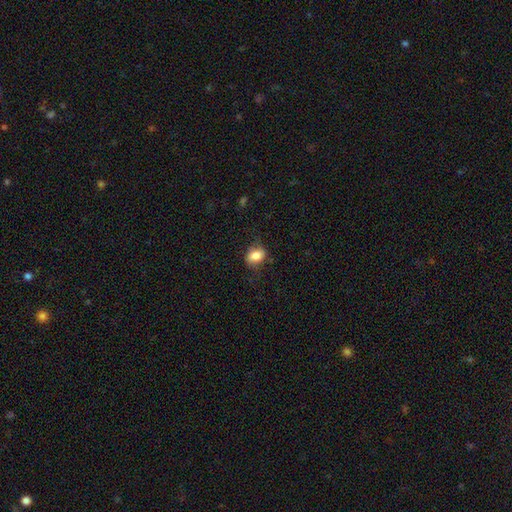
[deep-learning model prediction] smooth 81%, featured or disk 10%, star or artifact 9%. Down the decision tree: how rounded — in between (69%); merging — none (71%).